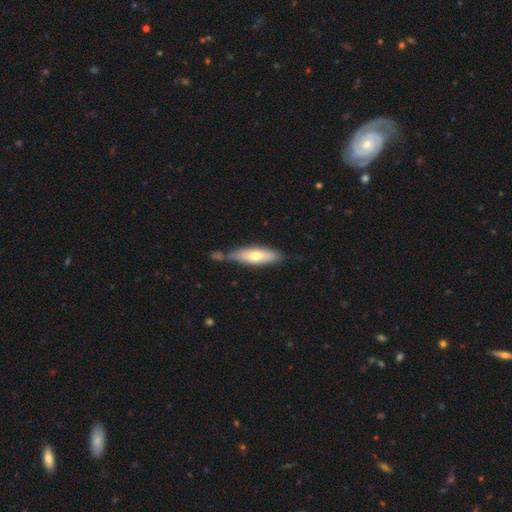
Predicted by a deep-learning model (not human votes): Smooth or featured: smooth — 58% (featured or disk — 36%)
How rounded: cigar-shaped — 55% (in between — 43%)
Merging: none — 58% (minor disturbance — 21%)